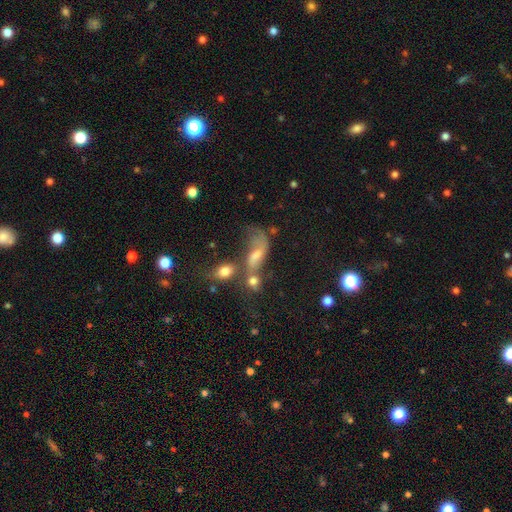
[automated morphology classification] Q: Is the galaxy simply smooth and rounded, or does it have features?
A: featured or disk — 42%.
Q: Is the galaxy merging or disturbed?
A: merger — 45%.